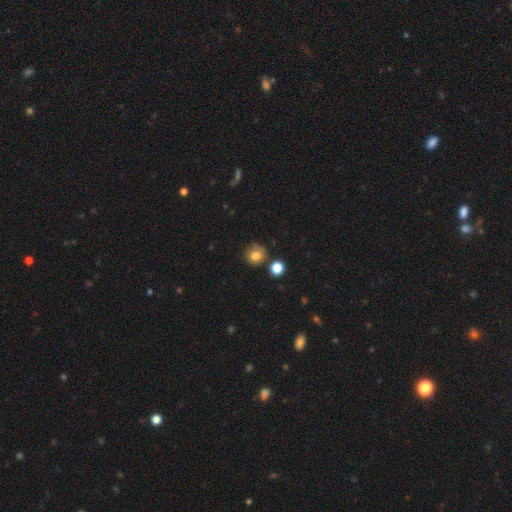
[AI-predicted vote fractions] The model was most divided on "merging": none: 61%, minor disturbance: 22%, merger: 10%, major disturbance: 7%. More confident: how rounded — round (83%); smooth or featured — smooth (78%).